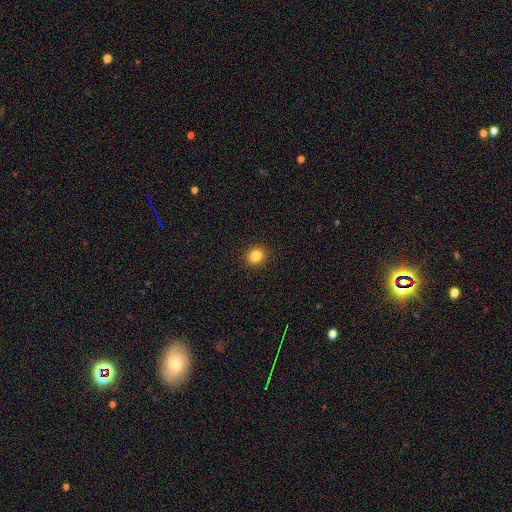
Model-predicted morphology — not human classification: smooth_or_featured: smooth (p=0.84) [alt: star or artifact p=0.11]
how_rounded: round (p=0.66) [alt: in between p=0.33]
merging: none (p=0.91) [alt: minor disturbance p=0.06]